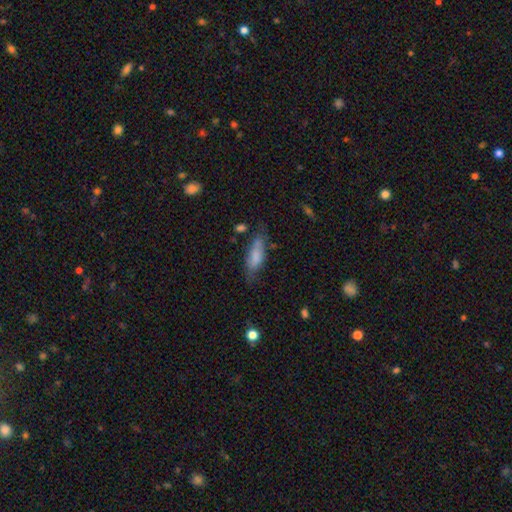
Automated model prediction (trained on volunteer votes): This appears to be a smooth galaxy with no disk features (73%) that is in between round and cigar-shaped (54%). Merging: none (56%).